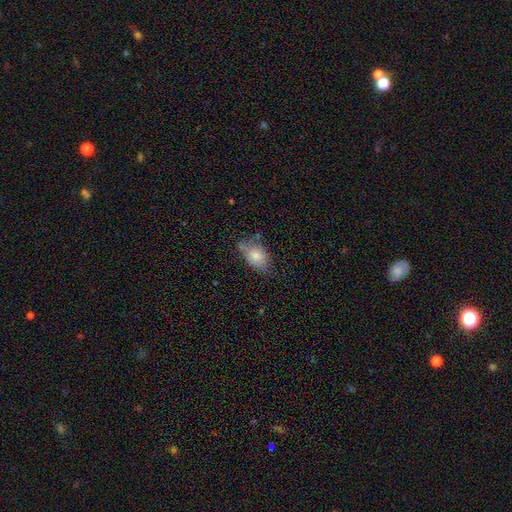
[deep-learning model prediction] Smooth or featured?
  - smooth: 78% *
  - featured or disk: 14%
  - star or artifact: 7%
How rounded?
  - in between: 89% *
  - round: 9%
  - cigar-shaped: 2%
Merging?
  - none: 53% *
  - minor disturbance: 33%
  - major disturbance: 9%
  - merger: 6%